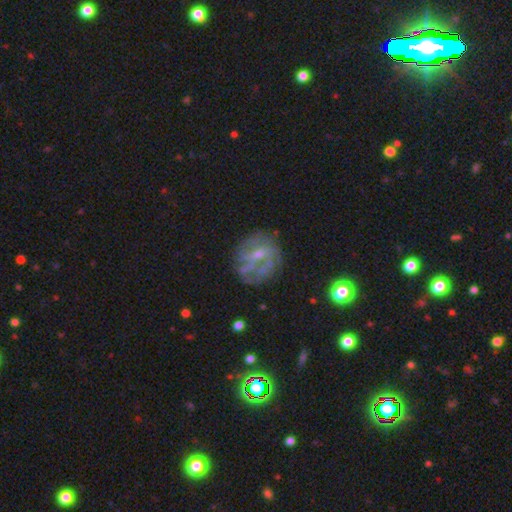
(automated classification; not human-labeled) A featured or disk galaxy (65%) with no bar (49%), spiral arms (52%) and a small central bulge (58%).

Vote fractions:
- Smooth or featured? featured or disk: 65% / smooth: 22% / star or artifact: 13%
- Edge-on disk? no: 97% / yes: 3%
- Bar? no: 49% / weak: 40% / strong: 11%
- Spiral arms? yes: 52% / no: 48%
- Bulge size? small: 58% / moderate: 28% / none: 11% / large: 1% / dominant: 1%
- Merging? none: 61% / minor disturbance: 19% / major disturbance: 16% / merger: 4%